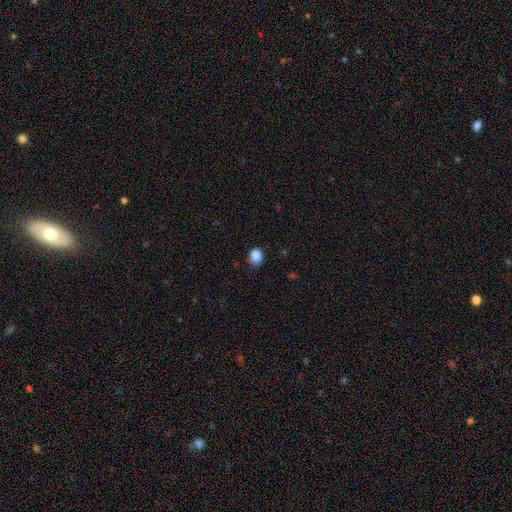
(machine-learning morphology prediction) Smooth or featured: smooth — 87% (star or artifact — 9%)
How rounded: round — 50% (in between — 49%)
Merging: none — 74% (minor disturbance — 21%)